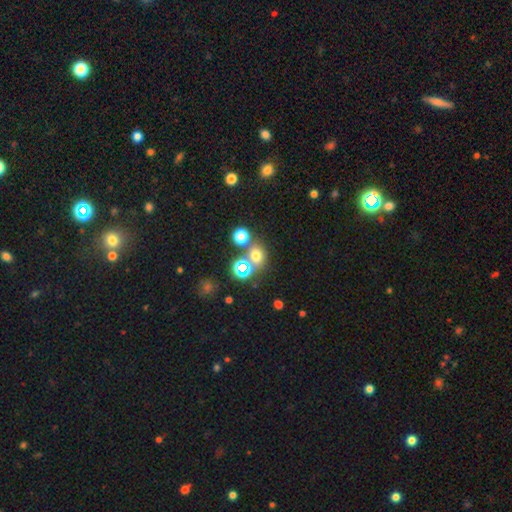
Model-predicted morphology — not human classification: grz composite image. It shows a smooth galaxy with no disk features (60%) that is round (73%). Merging: none (63%).